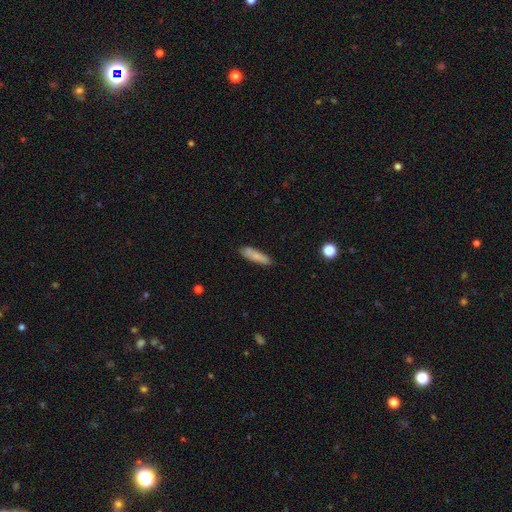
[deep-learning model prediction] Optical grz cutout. It shows a smooth galaxy with no disk features (80%) that is cigar-shaped (74%). Merging: none (81%).